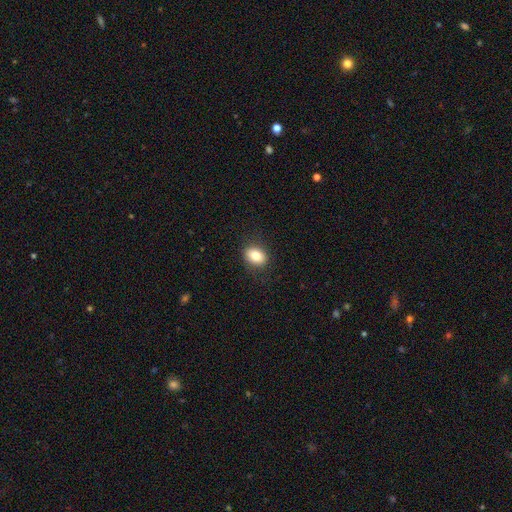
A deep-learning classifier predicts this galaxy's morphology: Overall: smooth (81%). How rounded: in between (66%; round 33%). Merging: none (85%).